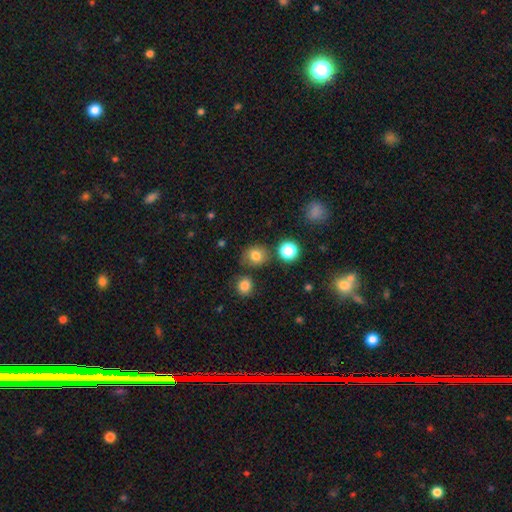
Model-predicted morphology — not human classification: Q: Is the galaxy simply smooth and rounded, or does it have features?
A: smooth — 78%.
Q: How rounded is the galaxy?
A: round — 78%.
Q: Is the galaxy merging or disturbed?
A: none — 78%.